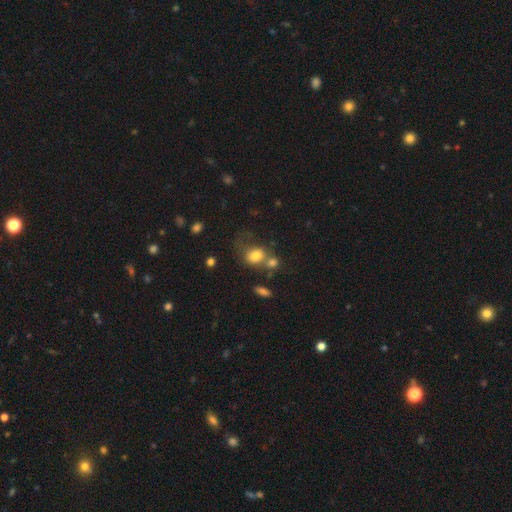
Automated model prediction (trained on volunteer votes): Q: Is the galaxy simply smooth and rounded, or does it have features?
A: smooth — 78%.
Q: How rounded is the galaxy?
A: in between — 57%.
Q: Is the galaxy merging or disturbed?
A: merger — 36%.